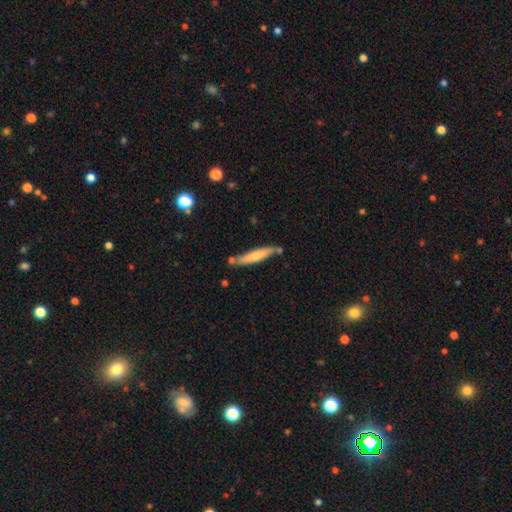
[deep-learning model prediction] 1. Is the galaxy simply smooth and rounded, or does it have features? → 61% smooth, 34% featured or disk, 5% star or artifact.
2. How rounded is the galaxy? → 91% cigar-shaped, 8% in between, 1% round.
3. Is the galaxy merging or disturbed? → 71% none, 16% minor disturbance, 9% merger, 3% major disturbance.